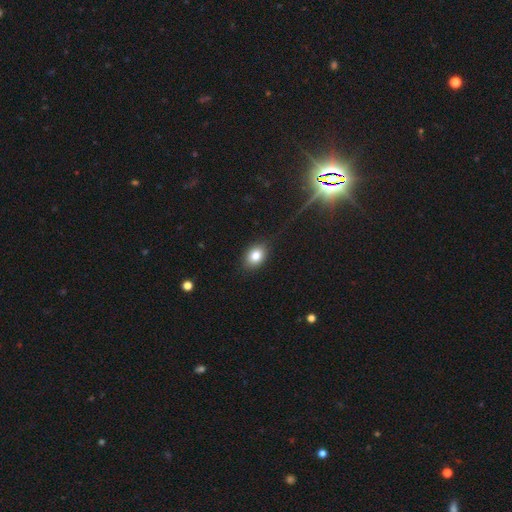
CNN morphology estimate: smooth 82%, star or artifact 10%, featured or disk 8%. Down the decision tree: how rounded — in between (74%); merging — none (86%).